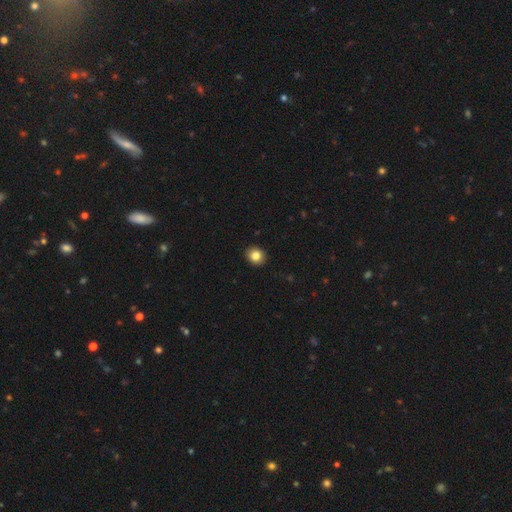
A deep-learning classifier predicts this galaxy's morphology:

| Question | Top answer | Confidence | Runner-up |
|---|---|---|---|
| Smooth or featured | smooth | 84% | star or artifact (10%) |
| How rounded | round | 70% | in between (29%) |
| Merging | none | 92% | minor disturbance (5%) |